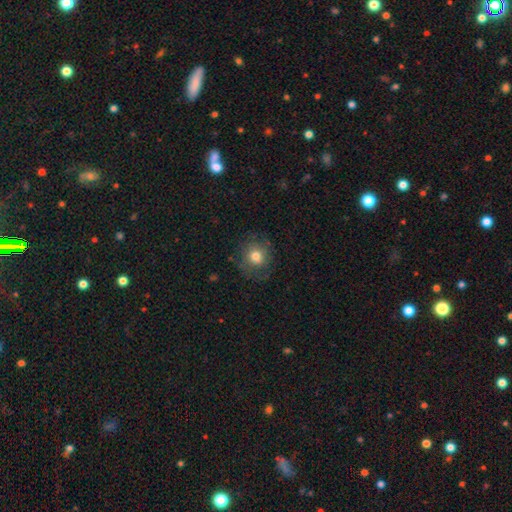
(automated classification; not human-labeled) smooth-or-featured: smooth: 72% | featured or disk: 18% | star or artifact: 11%
  how-rounded: round: 81% | in between: 18% | cigar-shaped: 1%
  merging: none: 74% | minor disturbance: 17% | major disturbance: 8% | merger: 1%